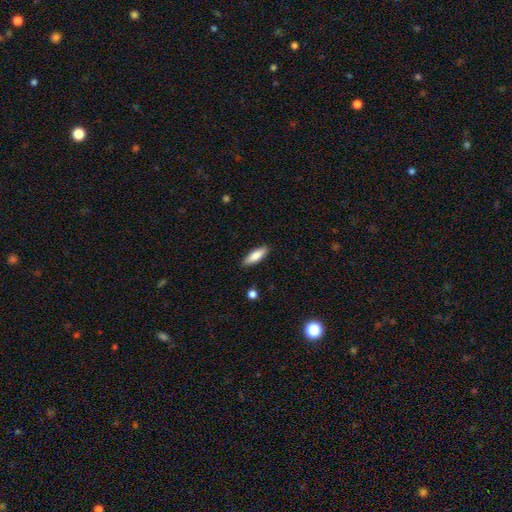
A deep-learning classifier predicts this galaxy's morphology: The model was most divided on "how rounded": in between: 59%, cigar-shaped: 39%, round: 2%. More confident: merging — none (88%); smooth or featured — smooth (83%).